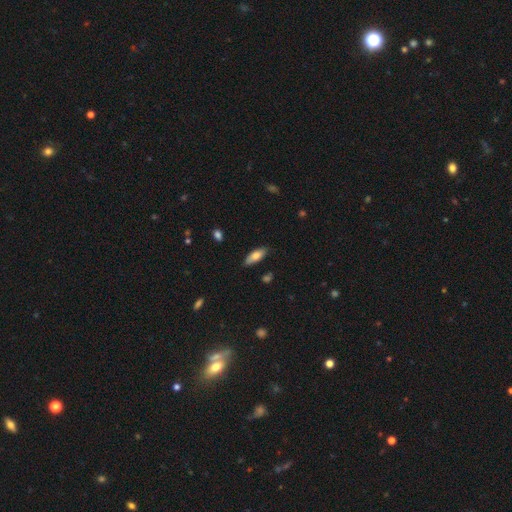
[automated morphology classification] Smooth or featured?
  - smooth: 76% *
  - featured or disk: 18%
  - star or artifact: 6%
How rounded?
  - in between: 73% *
  - cigar-shaped: 25%
  - round: 2%
Merging?
  - none: 83% *
  - minor disturbance: 14%
  - major disturbance: 2%
  - merger: 1%